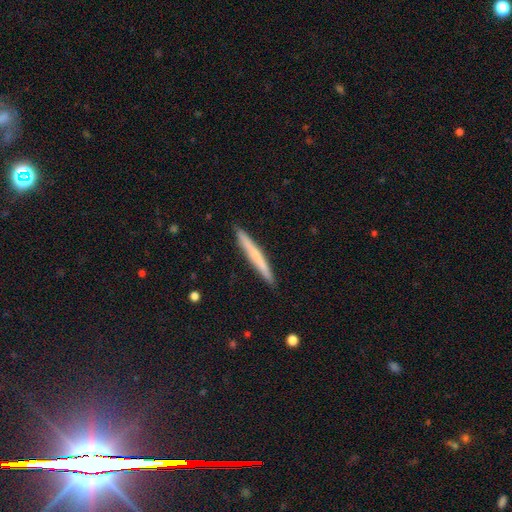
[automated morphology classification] This appears to be a smooth galaxy with no disk features (58%) that is cigar-shaped (97%). Merging: none (91%).